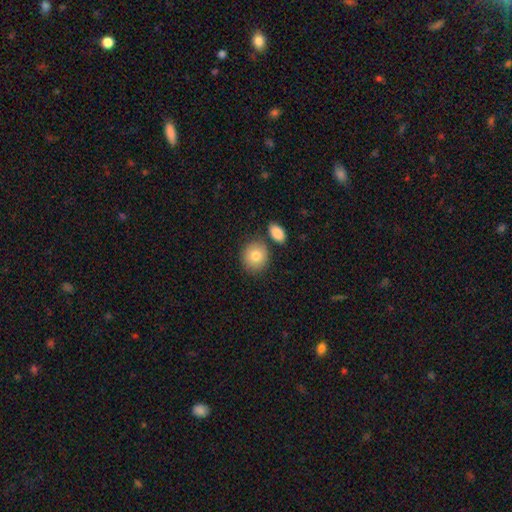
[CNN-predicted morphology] This is clearly a smooth galaxy (82%). How rounded: likely round (77%). Merging: likely none (73%).